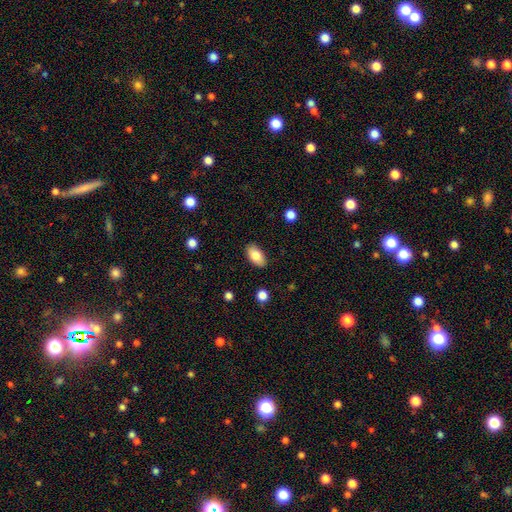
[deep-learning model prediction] This appears to be a smooth galaxy with no disk features (81%) that is in between round and cigar-shaped (93%). Merging: none (86%).